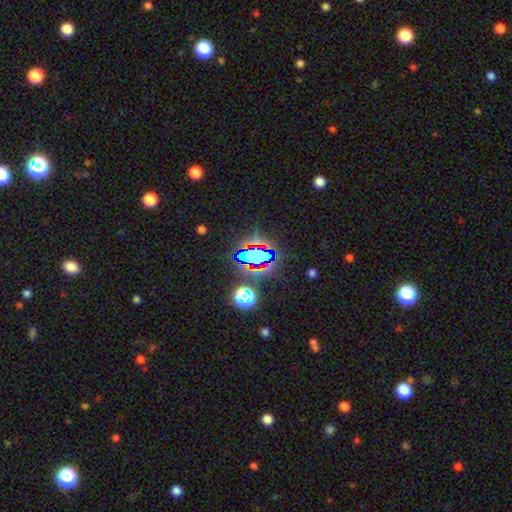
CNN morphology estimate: smooth_or_featured: star or artifact (p=0.63) [alt: smooth p=0.24]